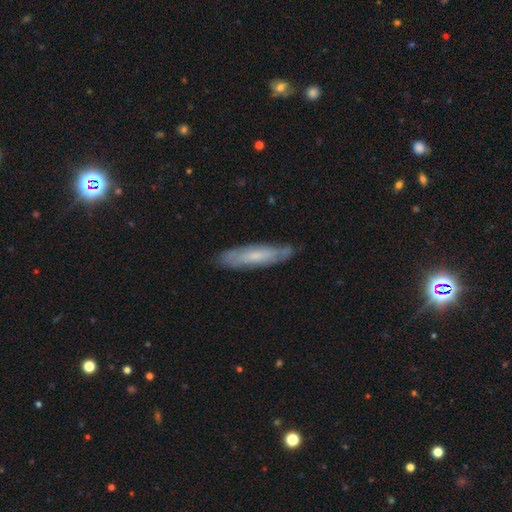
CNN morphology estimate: Q: Smooth or featured?
A: smooth (49%); runner-up: featured or disk (44%)
Q: Merging?
A: none (81%); runner-up: minor disturbance (14%)